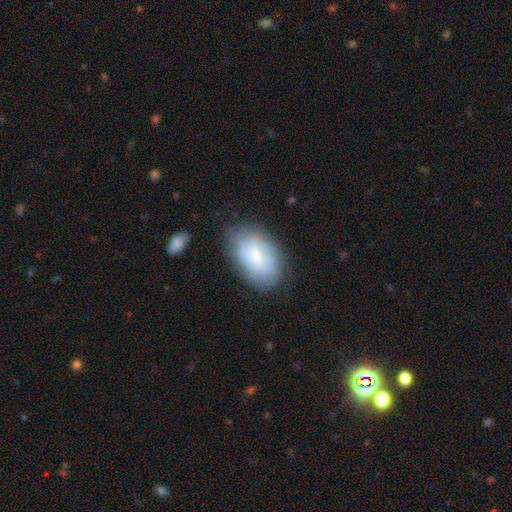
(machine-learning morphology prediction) The model was most divided on "smooth or featured": featured or disk: 53%, smooth: 38%, star or artifact: 9%. More confident: edge-on disk — no (93%); merging — none (73%).